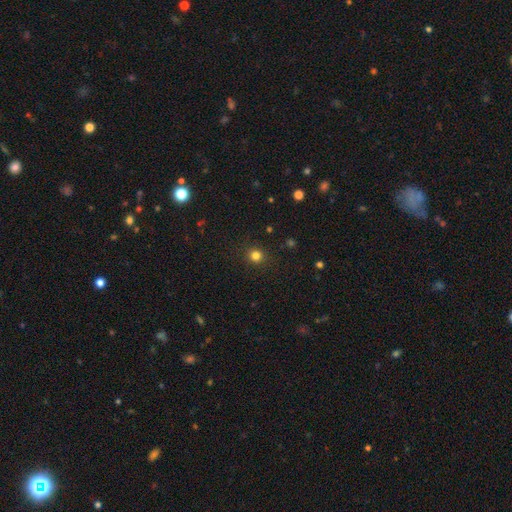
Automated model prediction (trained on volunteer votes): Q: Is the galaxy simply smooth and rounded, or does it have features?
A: smooth — 80%.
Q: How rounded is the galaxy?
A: round — 92%.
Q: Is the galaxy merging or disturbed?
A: none — 91%.